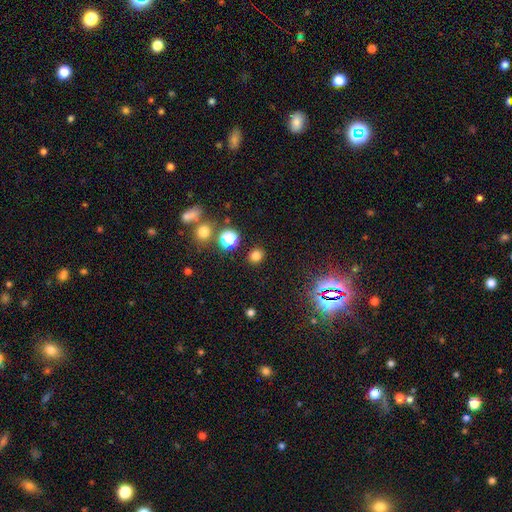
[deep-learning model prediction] Smooth or featured: smooth — 77% (star or artifact — 18%)
How rounded: round — 74% (in between — 25%)
Merging: none — 88% (minor disturbance — 7%)